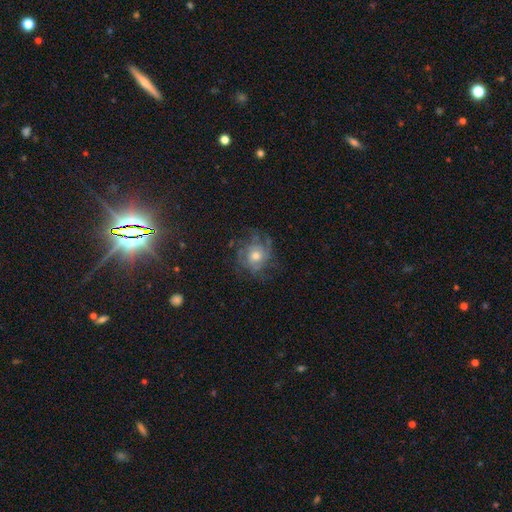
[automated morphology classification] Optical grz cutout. It shows a featured or disk galaxy (63%) with no bar (84%), spiral arms (79%) and a moderate central bulge (63%). Merging: none (65%).